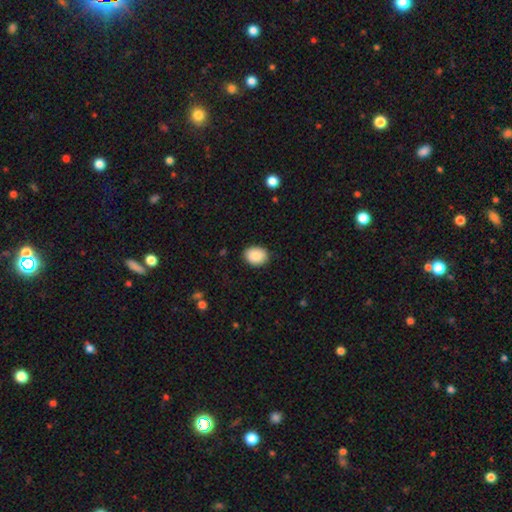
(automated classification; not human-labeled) Overall: smooth (89%). How rounded: in between (56%; round 44%). Merging: none (88%).